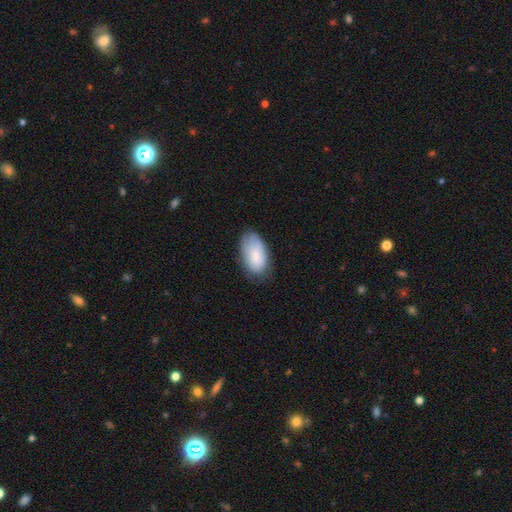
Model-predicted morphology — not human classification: Q: Smooth or featured?
A: smooth (79%); runner-up: featured or disk (14%)
Q: How rounded?
A: in between (94%); runner-up: round (5%)
Q: Merging?
A: none (66%); runner-up: minor disturbance (26%)